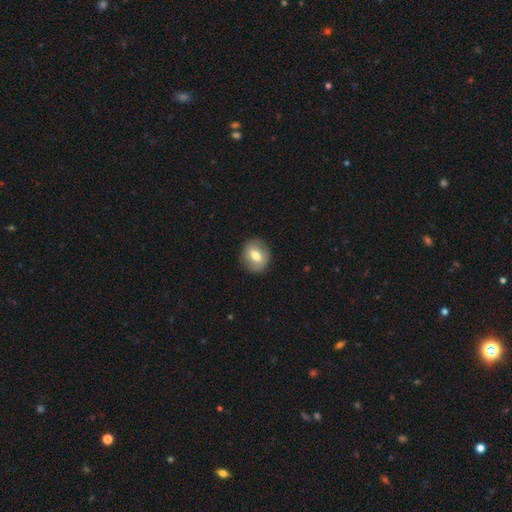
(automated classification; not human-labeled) The model was most divided on "smooth or featured": smooth: 62%, featured or disk: 30%, star or artifact: 8%. More confident: merging — none (87%); how rounded — round (66%).